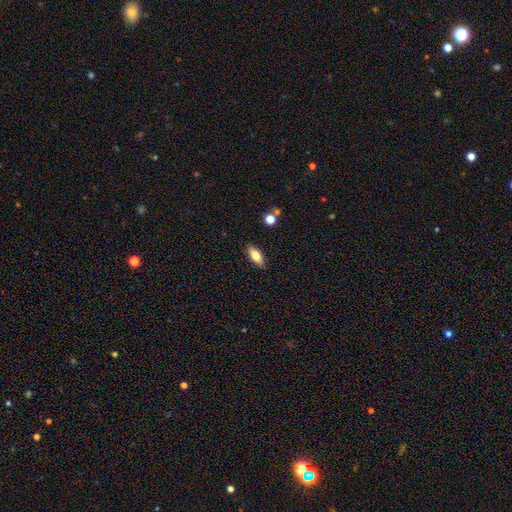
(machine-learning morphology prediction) Smooth or featured? smooth (77%)
How rounded? in between (82%)
Merging? none (88%)